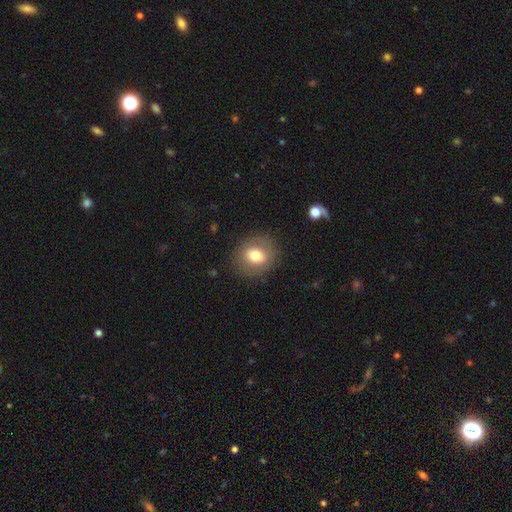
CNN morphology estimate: The model was most divided on "how rounded": round: 66%, in between: 33%, cigar-shaped: 1%. More confident: merging — none (84%); smooth or featured — smooth (72%).